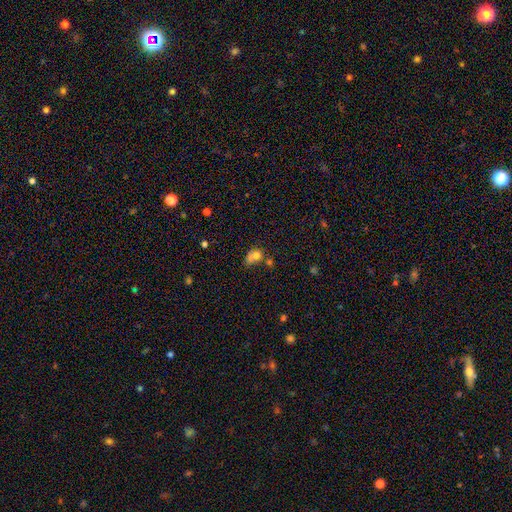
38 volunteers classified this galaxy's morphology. smooth-or-featured: smooth: 79% | featured or disk: 18% | star or artifact: 3%
  how-rounded: in between: 60% | round: 40% | cigar-shaped: 0%
  merging: minor disturbance: 35% | merger: 30% | major disturbance: 22% | none: 14%